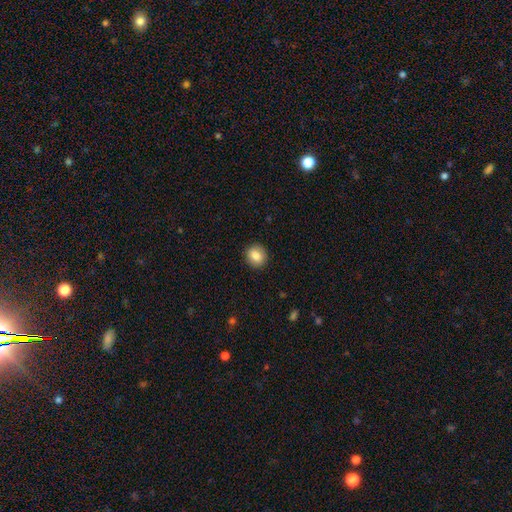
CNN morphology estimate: Smooth or featured? Predicted: smooth (p=0.84). How rounded? Predicted: round (p=0.80). Merging? Predicted: none (p=0.91).